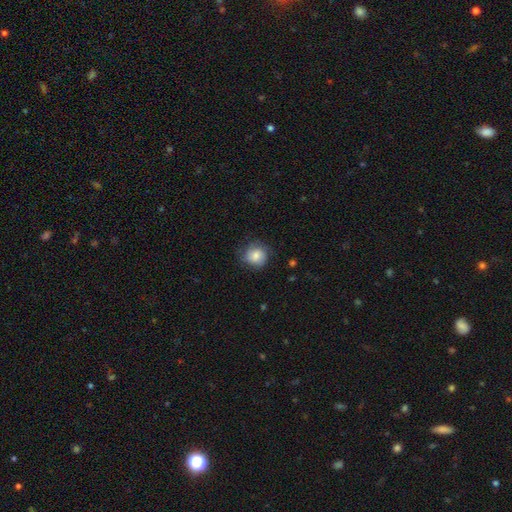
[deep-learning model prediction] Overall: smooth (77%). How rounded: round (85%). Merging: none (71%).